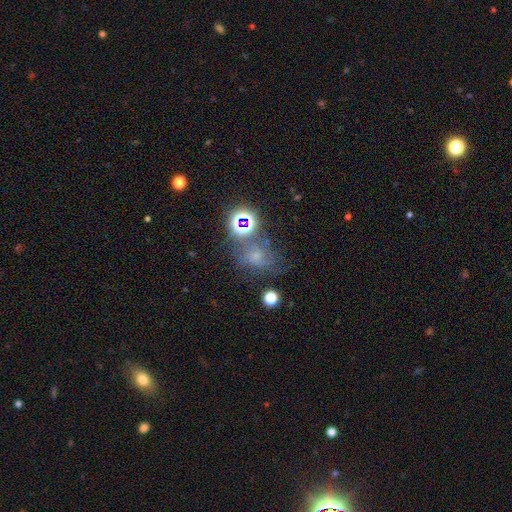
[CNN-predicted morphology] Smooth or featured?
  - smooth: 36% *
  - star or artifact: 34%
  - featured or disk: 30%
Merging?
  - none: 45% *
  - minor disturbance: 23%
  - major disturbance: 21%
  - merger: 12%